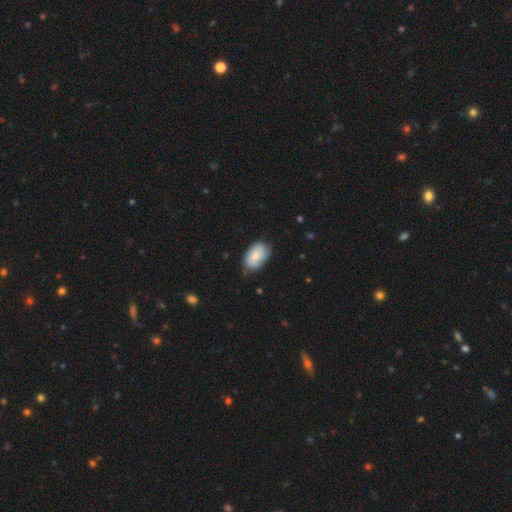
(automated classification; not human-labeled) Smooth or featured? smooth (77%)
How rounded? in between (91%)
Merging? none (71%)